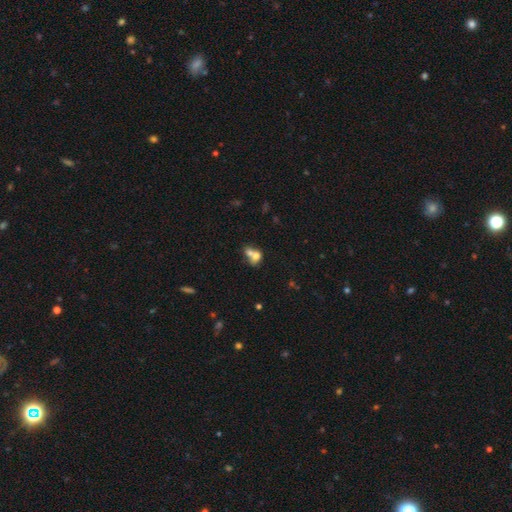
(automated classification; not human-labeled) smooth_or_featured: smooth (p=0.67) [alt: featured or disk p=0.22]
how_rounded: in between (p=0.52) [alt: round p=0.47]
merging: merger (p=0.70) [alt: none p=0.19]